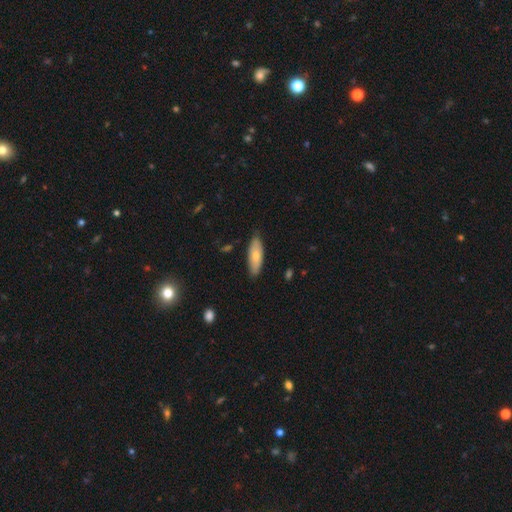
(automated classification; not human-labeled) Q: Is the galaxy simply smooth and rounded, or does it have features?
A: smooth — 73%.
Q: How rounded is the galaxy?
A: in between — 68%.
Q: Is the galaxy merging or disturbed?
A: none — 83%.